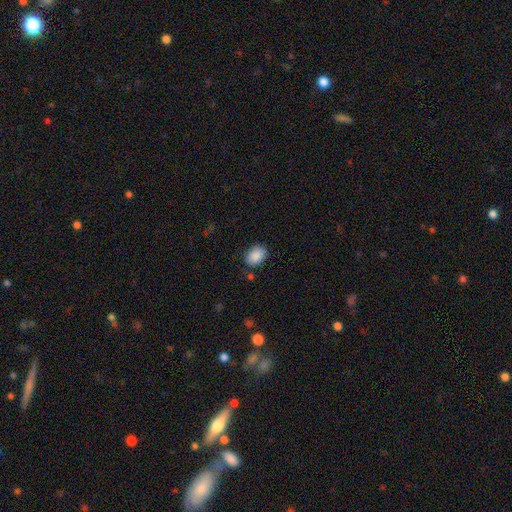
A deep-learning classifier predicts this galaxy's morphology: This is clearly a smooth galaxy (89%). How rounded: likely in between (76%). Merging: clearly none (82%).